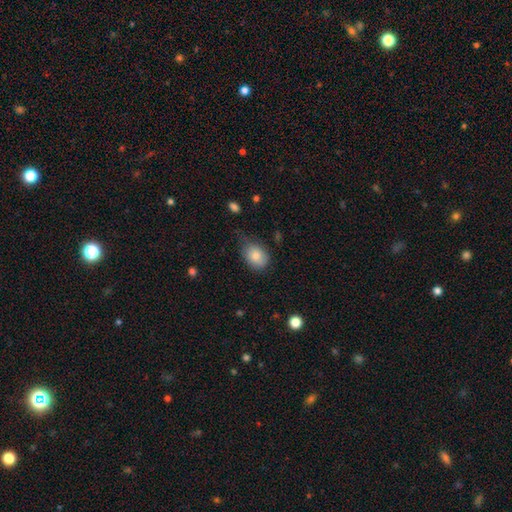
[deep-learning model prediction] The model was most divided on "merging": none: 56%, minor disturbance: 34%, major disturbance: 8%, merger: 2%. More confident: smooth or featured — smooth (80%); how rounded — in between (70%).